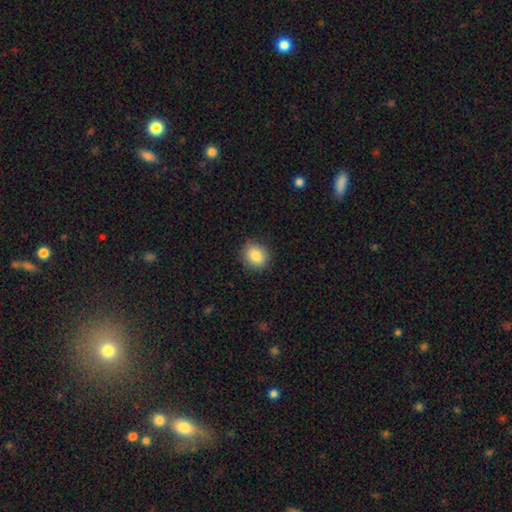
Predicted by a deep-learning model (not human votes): Smooth or featured? Predicted: smooth (p=0.84). How rounded? Predicted: round (p=0.71). Merging? Predicted: none (p=0.86).